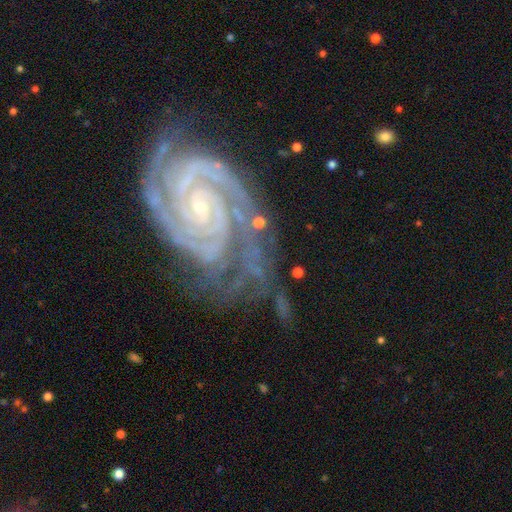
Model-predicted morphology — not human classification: A featured or disk galaxy (92%) with no bar (55%), 2 (54%) tight (83%) spiral arms (99%) and a small central bulge (84%).

Vote fractions:
- Smooth or featured? featured or disk: 92% / star or artifact: 5% / smooth: 2%
- Edge-on disk? no: 98% / yes: 2%
- Bar? no: 55% / weak: 27% / strong: 17%
- Spiral arms? yes: 99% / no: 1%
- Spiral winding? tight: 83% / medium: 15% / loose: 2%
- Spiral arm count? 2: 54% / 3: 18% / 4: 9% / can't tell: 8% / more than 4: 6% / 1: 5%
- Bulge size? small: 84% / moderate: 12% / none: 2% / large: 1% / dominant: 1%
- Merging? none: 61% / minor disturbance: 24% / major disturbance: 11% / merger: 4%